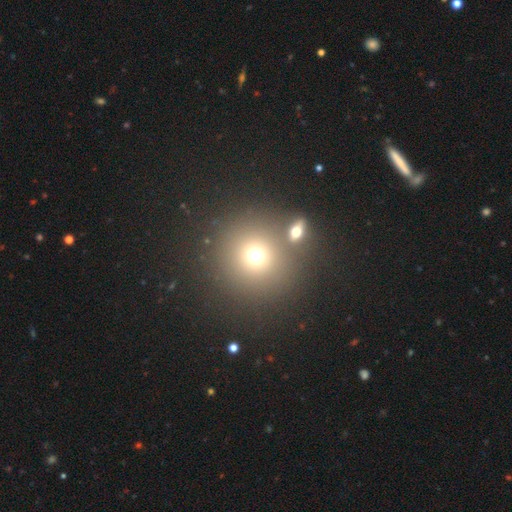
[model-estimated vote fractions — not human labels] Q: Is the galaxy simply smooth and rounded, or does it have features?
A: smooth — 70%.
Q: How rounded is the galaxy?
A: round — 92%.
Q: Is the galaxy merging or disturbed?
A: none — 67%.